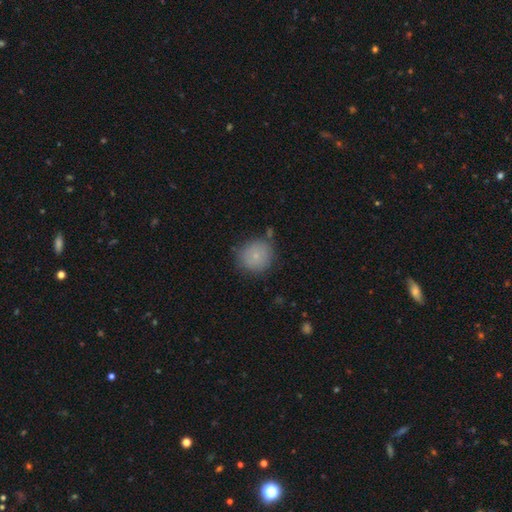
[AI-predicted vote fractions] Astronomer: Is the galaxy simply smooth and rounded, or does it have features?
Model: smooth — 78%.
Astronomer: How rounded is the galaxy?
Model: round — 89%.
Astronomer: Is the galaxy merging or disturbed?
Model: none — 78%.